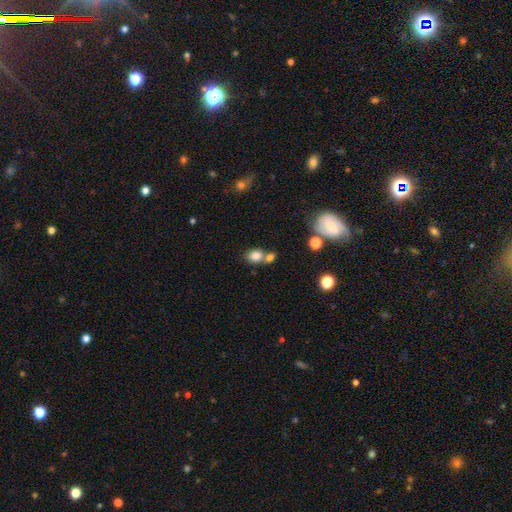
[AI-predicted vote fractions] Smooth or featured? smooth (82%)
How rounded? in between (53%)
Merging? none (48%)